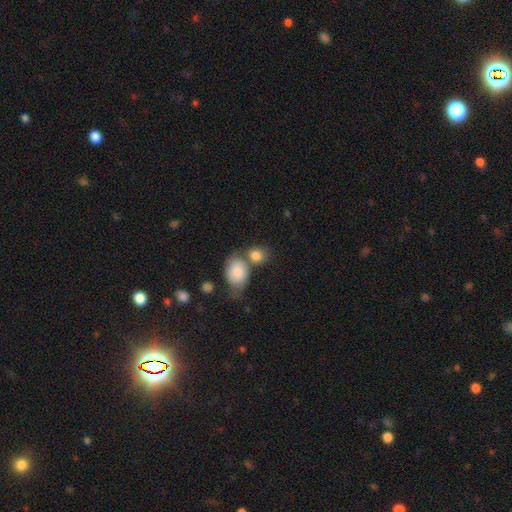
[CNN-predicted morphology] The model was most divided on "merging": none: 42%, merger: 39%, minor disturbance: 13%, major disturbance: 5%. More confident: smooth or featured — smooth (85%); how rounded — in between (52%).